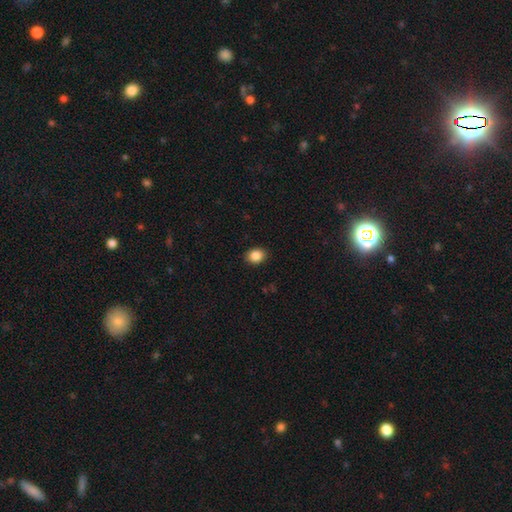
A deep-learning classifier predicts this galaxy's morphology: Smooth or featured?
  - smooth: 87% *
  - star or artifact: 9%
  - featured or disk: 4%
How rounded?
  - in between: 54% *
  - round: 46%
  - cigar-shaped: 1%
Merging?
  - none: 89% *
  - minor disturbance: 8%
  - major disturbance: 2%
  - merger: 1%